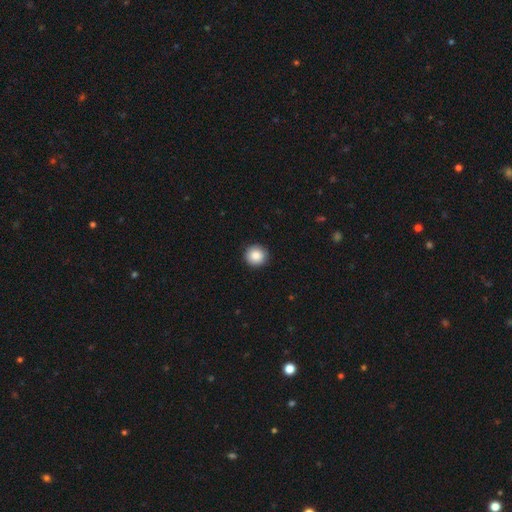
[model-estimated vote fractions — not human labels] Overall: smooth (87%). How rounded: round (95%). Merging: none (92%).